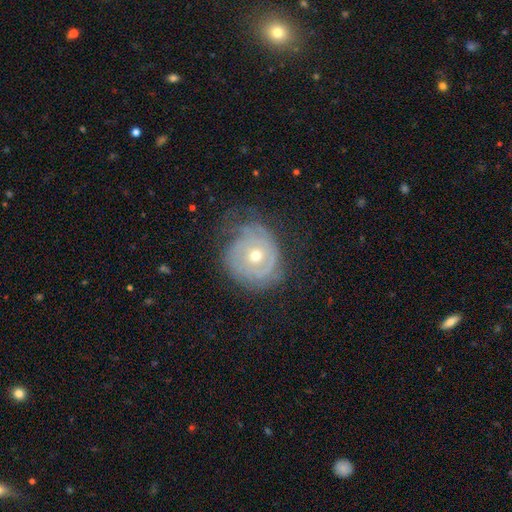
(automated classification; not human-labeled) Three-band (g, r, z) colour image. It shows a featured or disk galaxy (73%) with no bar (81%), tight (71%) spiral arms (82%) and a small central bulge (49%). Merging: none (54%).